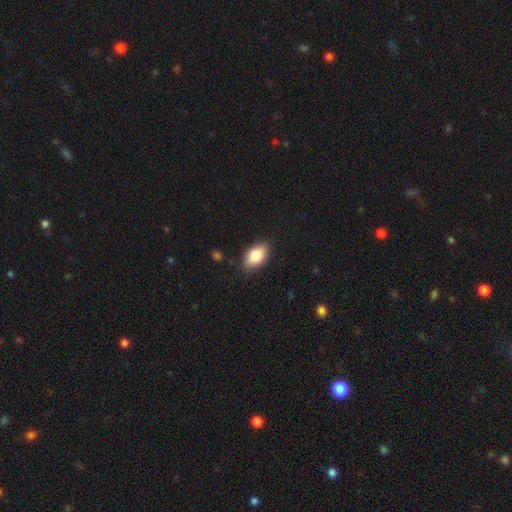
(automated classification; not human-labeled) smooth 83%, featured or disk 10%, star or artifact 7%. Down the decision tree: how rounded — in between (92%); merging — none (85%).